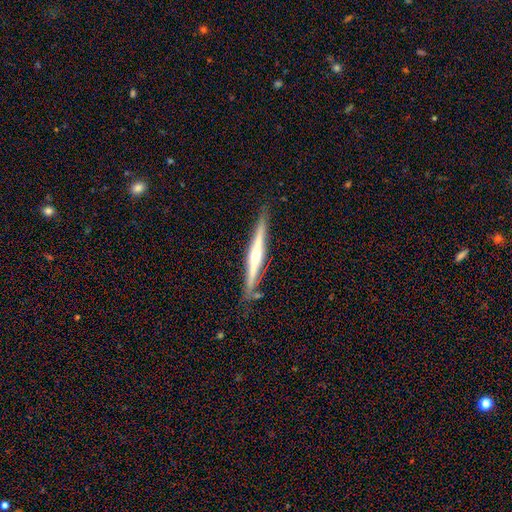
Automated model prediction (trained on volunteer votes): Smooth or featured? Predicted: featured or disk (p=0.74). Edge-on disk? Predicted: yes (p=0.97). Edge-on bulge? Predicted: rounded (p=0.83). Merging? Predicted: none (p=0.85).